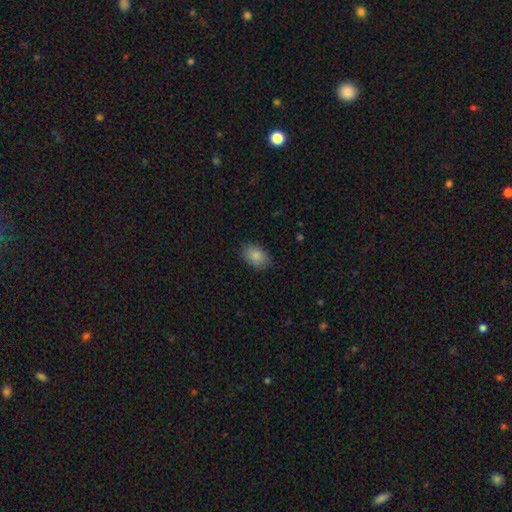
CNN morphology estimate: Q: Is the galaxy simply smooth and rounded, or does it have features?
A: smooth — 87%.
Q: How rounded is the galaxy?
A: in between — 88%.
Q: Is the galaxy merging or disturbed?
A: none — 85%.